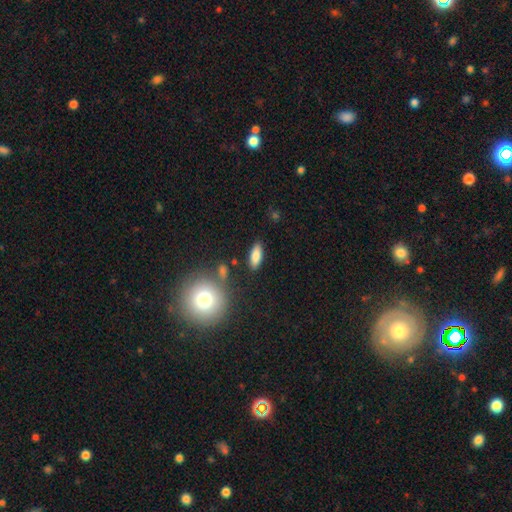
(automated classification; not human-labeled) Smooth or featured: smooth — 82% (featured or disk — 10%)
How rounded: in between — 74% (cigar-shaped — 22%)
Merging: none — 84% (minor disturbance — 10%)